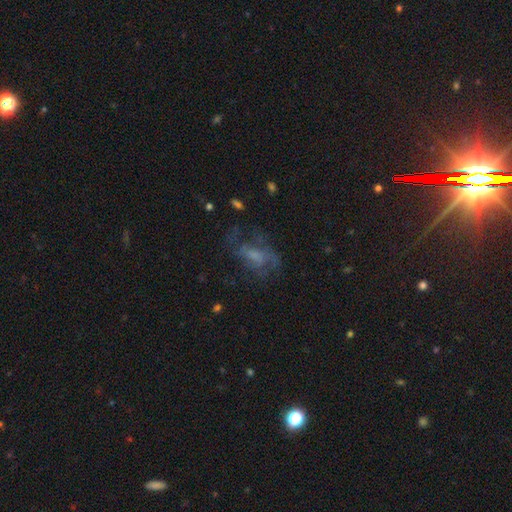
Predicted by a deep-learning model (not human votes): Morphology: type=featured or disk (57%); edge-on=no (95%); bar=no (59%); spiral arms=yes (62%); bulge=small (34%); merging=none (49%).